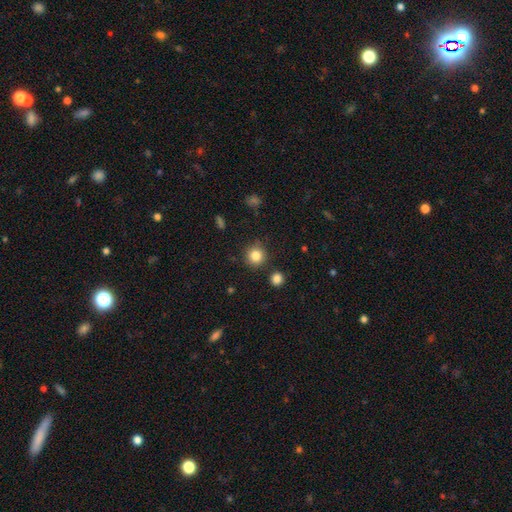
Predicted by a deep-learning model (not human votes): A smooth galaxy with no disk features (84%) that is round (93%). Merging: none (85%).